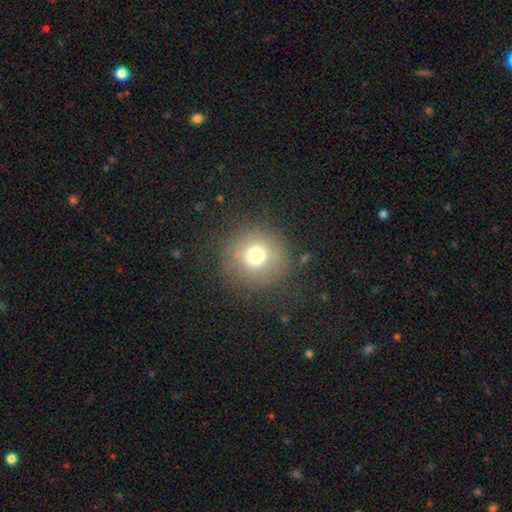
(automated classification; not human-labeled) This appears to be a smooth galaxy with no disk features (72%) that is round (95%). Merging: none (81%).